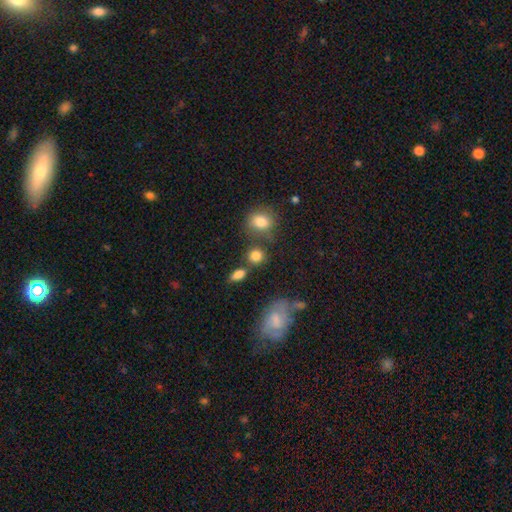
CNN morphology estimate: Smooth or featured? smooth (83%)
How rounded? round (76%)
Merging? none (66%)